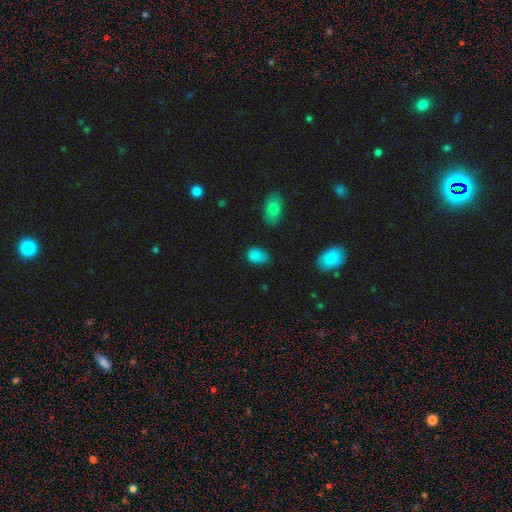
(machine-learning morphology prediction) This appears to be a smooth galaxy with no disk features (85%) that is in between round and cigar-shaped (85%). Merging: none (67%).